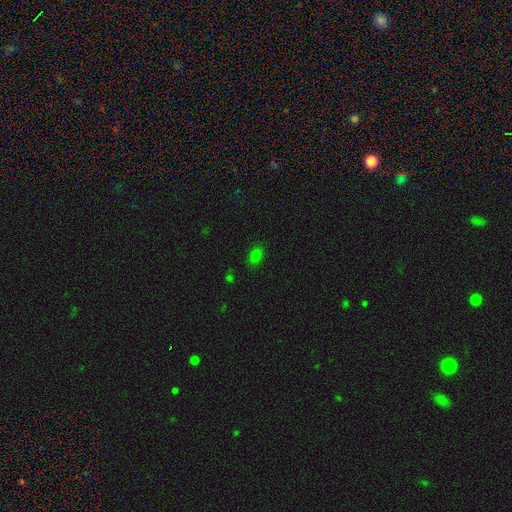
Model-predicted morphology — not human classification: A smooth galaxy with no disk features (77%) that is in between round and cigar-shaped (70%). Merging: none (85%).